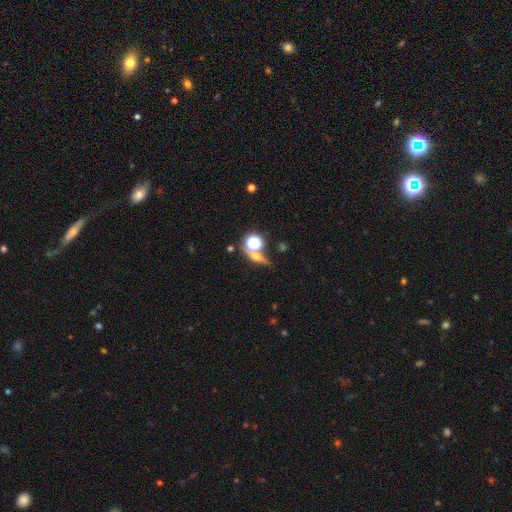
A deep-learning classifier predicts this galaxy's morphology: Overall: smooth (38%; featured or disk 32%). Merging: none (64%).